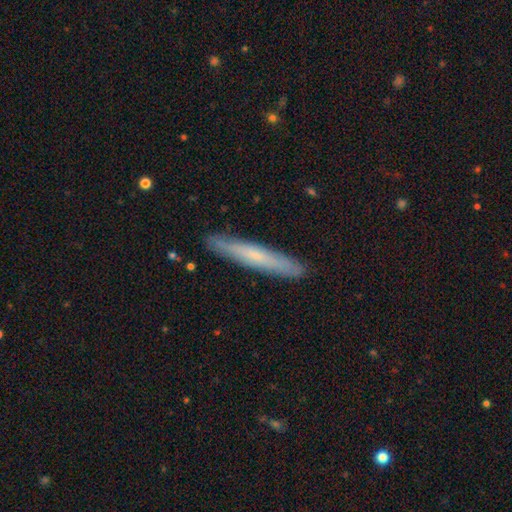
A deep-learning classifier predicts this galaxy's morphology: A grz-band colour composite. It shows a smooth galaxy with no disk features (54%) that is cigar-shaped (96%). Merging: none (90%).